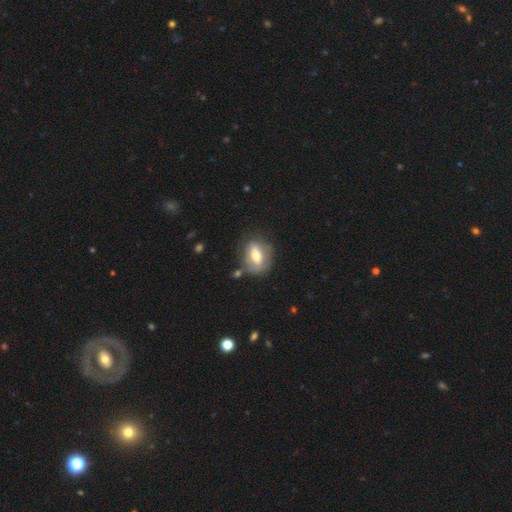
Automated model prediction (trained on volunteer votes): Q: Smooth or featured?
A: smooth (55%); runner-up: featured or disk (38%)
Q: How rounded?
A: in between (73%); runner-up: round (21%)
Q: Merging?
A: none (62%); runner-up: minor disturbance (22%)